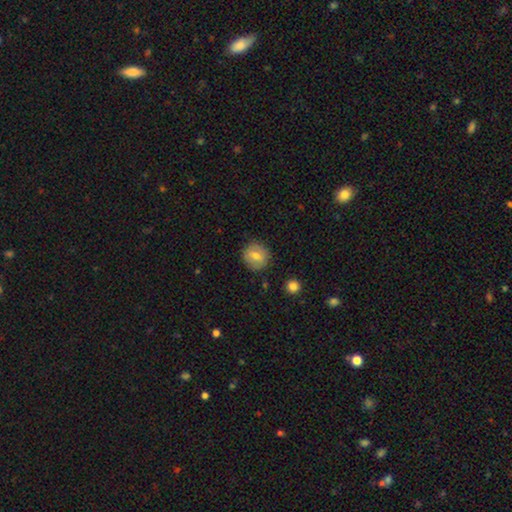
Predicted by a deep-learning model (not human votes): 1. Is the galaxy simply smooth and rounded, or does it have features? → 71% smooth, 21% featured or disk, 9% star or artifact.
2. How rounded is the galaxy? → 88% round, 11% in between, 1% cigar-shaped.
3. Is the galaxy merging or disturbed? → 88% none, 9% minor disturbance, 2% major disturbance, 1% merger.